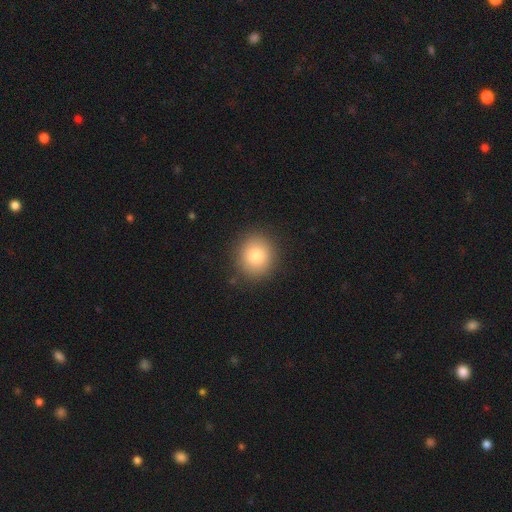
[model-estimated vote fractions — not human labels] Smooth or featured? Predicted: smooth (p=0.82). How rounded? Predicted: round (p=0.85). Merging? Predicted: none (p=0.89).